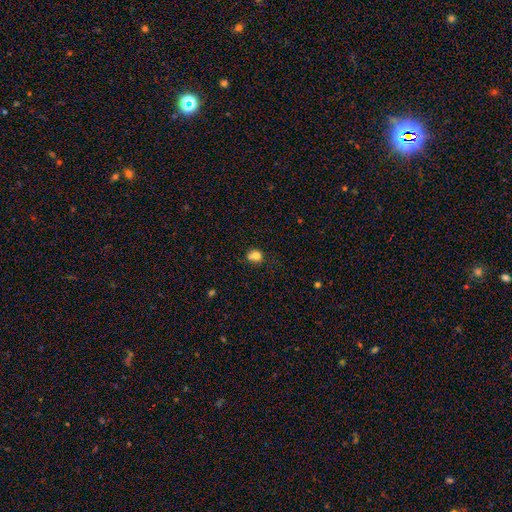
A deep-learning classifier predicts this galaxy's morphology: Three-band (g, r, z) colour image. It shows a smooth galaxy with no disk features (76%) that is round (68%). Merging: none (44%).